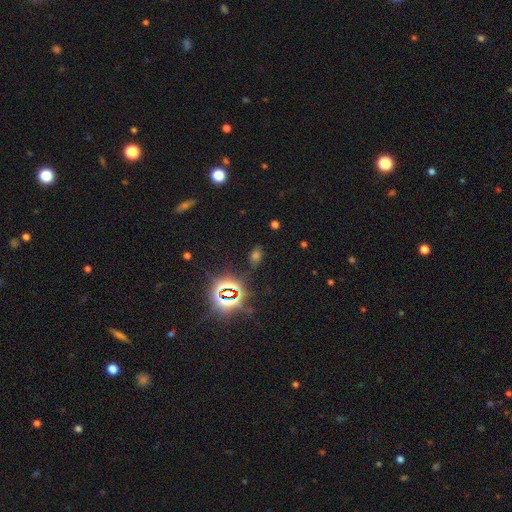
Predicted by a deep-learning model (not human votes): Smooth or featured? star or artifact (51%)